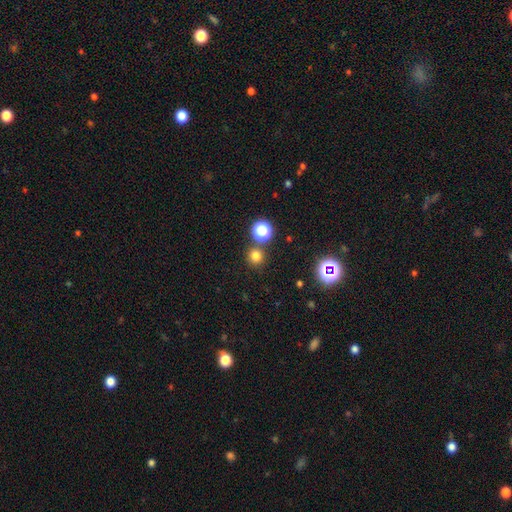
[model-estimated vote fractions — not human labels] A smooth galaxy with no disk features (75%) that is round (93%).

Vote fractions:
- Smooth or featured? smooth: 75% / star or artifact: 20% / featured or disk: 5%
- How rounded? round: 93% / in between: 6% / cigar-shaped: 1%
- Merging? none: 82% / merger: 9% / minor disturbance: 6% / major disturbance: 3%